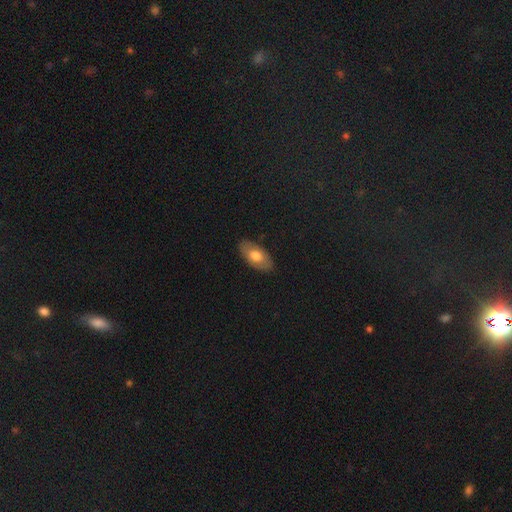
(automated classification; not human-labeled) Smooth or featured: smooth — 66% (featured or disk — 28%)
How rounded: in between — 93% (cigar-shaped — 3%)
Merging: none — 85% (minor disturbance — 11%)